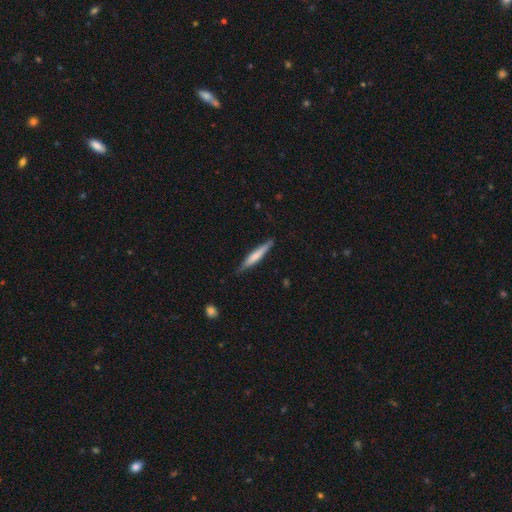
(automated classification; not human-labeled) smooth 61%, featured or disk 33%, star or artifact 5%. Down the decision tree: how rounded — cigar-shaped (93%); merging — none (83%).